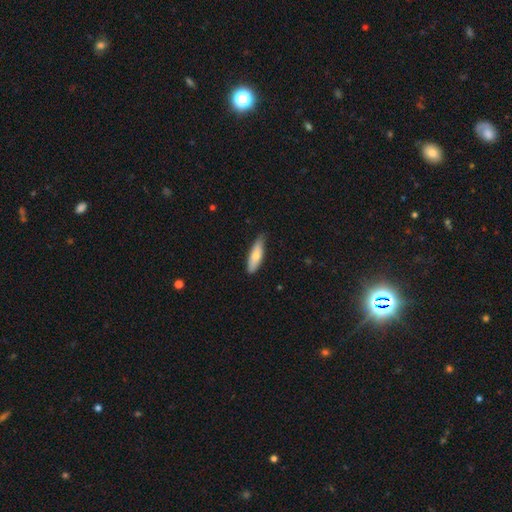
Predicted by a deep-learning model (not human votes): Morphology: type=smooth (69%); roundness=cigar-shaped (56%); merging=none (78%).